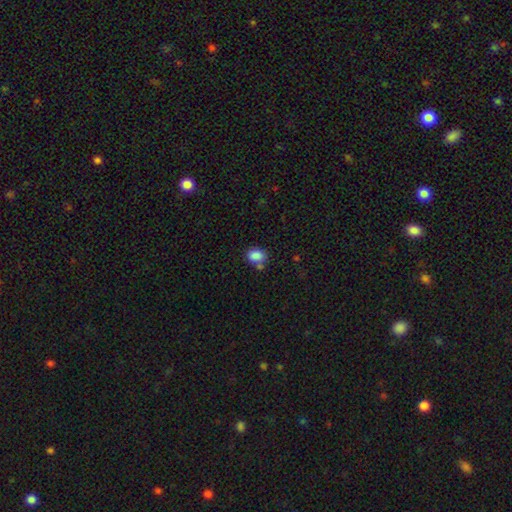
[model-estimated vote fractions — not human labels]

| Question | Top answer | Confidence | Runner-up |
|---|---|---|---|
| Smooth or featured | smooth | 85% | star or artifact (10%) |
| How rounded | in between | 65% | round (34%) |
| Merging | none | 61% | minor disturbance (18%) |